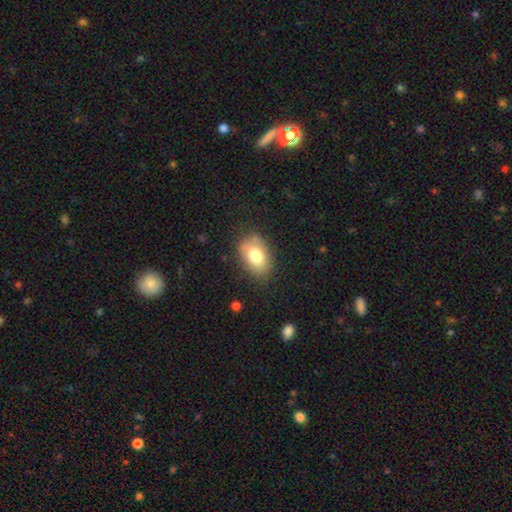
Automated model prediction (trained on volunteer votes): This appears to be a smooth galaxy with no disk features (77%) that is in between round and cigar-shaped (85%). Merging: none (75%).